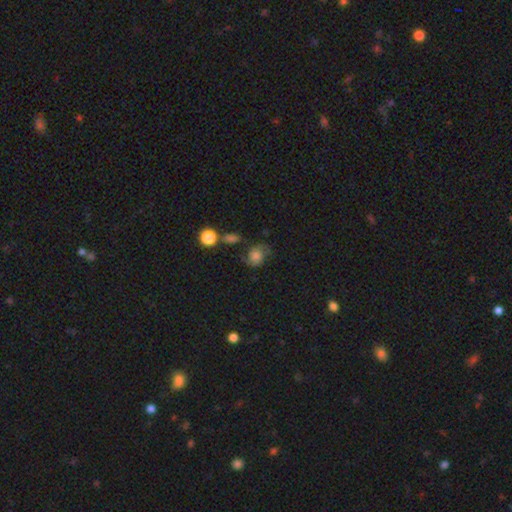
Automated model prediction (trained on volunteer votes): Smooth or featured? featured or disk (58%)
Edge-on disk? no (97%)
Bar? no (75%)
Spiral arms? yes (91%)
Spiral winding? medium (46%)
Spiral arm count? 2 (88%)
Bulge size? moderate (32%)
Merging? none (58%)